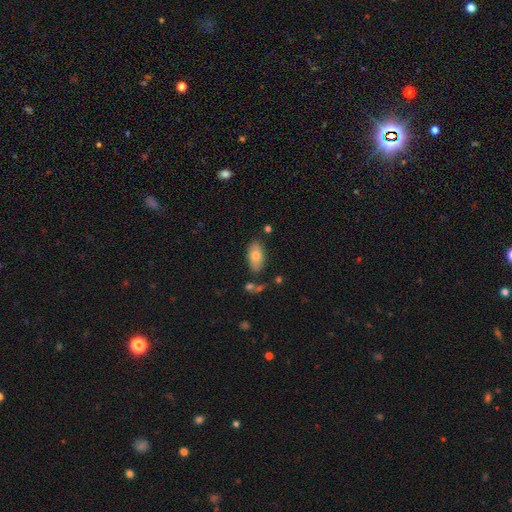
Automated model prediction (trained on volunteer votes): A smooth galaxy with no disk features (72%) that is in between round and cigar-shaped (93%).

Vote fractions:
- Smooth or featured? smooth: 72% / featured or disk: 21% / star or artifact: 7%
- How rounded? in between: 93% / round: 4% / cigar-shaped: 3%
- Merging? none: 77% / minor disturbance: 14% / merger: 5% / major disturbance: 4%